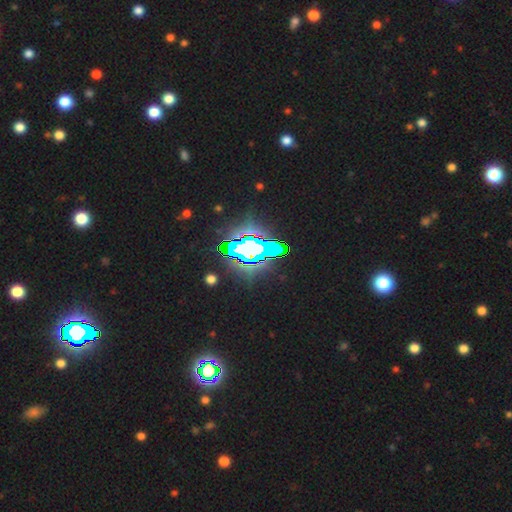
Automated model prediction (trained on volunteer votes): Morphology: type=star or artifact (69%).